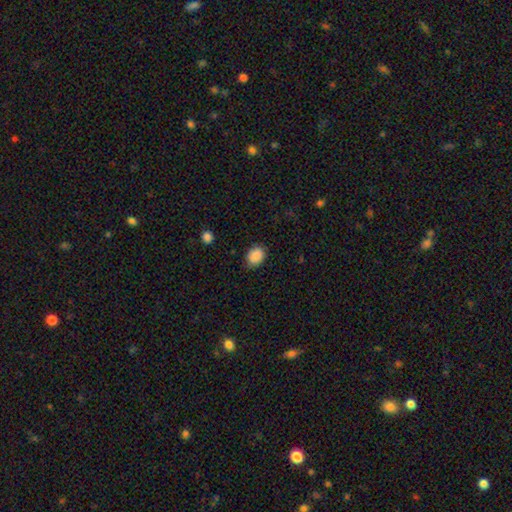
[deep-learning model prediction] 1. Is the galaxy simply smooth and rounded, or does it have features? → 89% smooth, 8% star or artifact, 3% featured or disk.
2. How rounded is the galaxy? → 55% in between, 44% round, 1% cigar-shaped.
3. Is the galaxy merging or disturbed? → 83% none, 13% minor disturbance, 3% major disturbance, 1% merger.